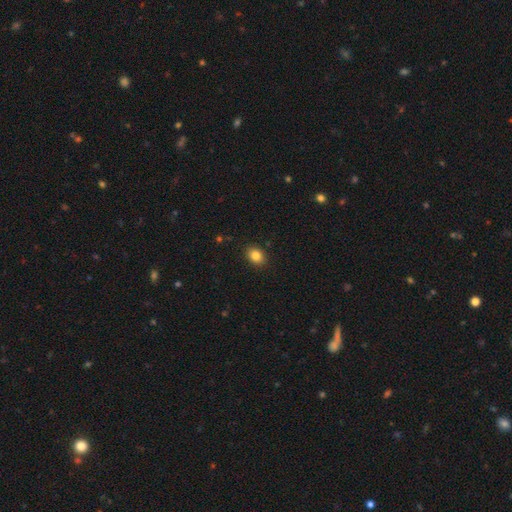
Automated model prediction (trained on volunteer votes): smooth-or-featured: smooth: 84% | star or artifact: 10% | featured or disk: 6%
  how-rounded: in between: 61% | round: 38% | cigar-shaped: 1%
  merging: none: 90% | minor disturbance: 7% | major disturbance: 2% | merger: 1%